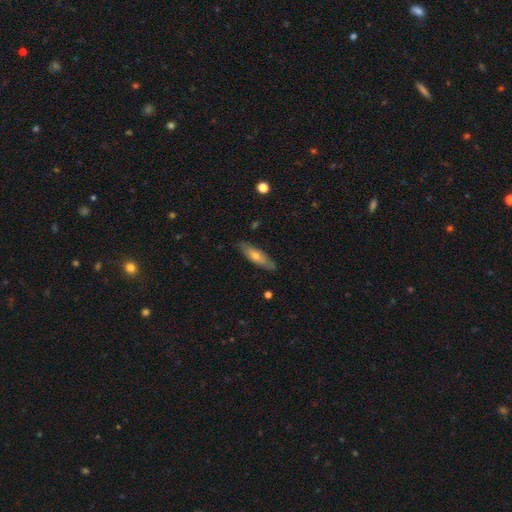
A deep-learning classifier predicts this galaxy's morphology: This appears to be a smooth galaxy with no disk features (58%) that is cigar-shaped (56%). Merging: none (81%).